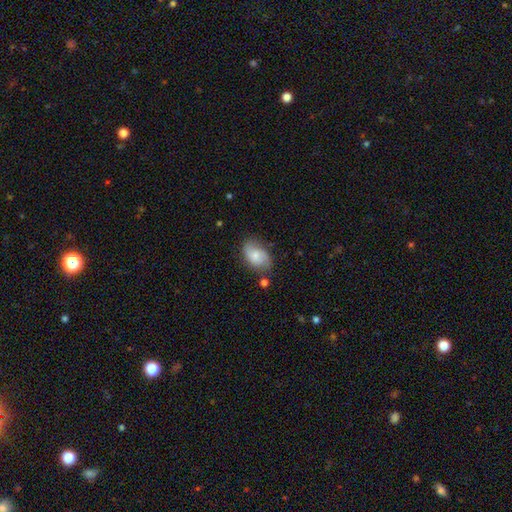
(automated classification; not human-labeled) Overall: smooth (60%; featured or disk 32%). How rounded: in between (87%). Merging: none (63%; minor disturbance 25%).